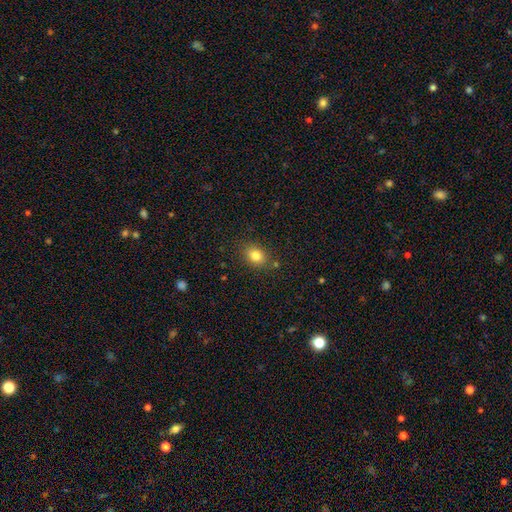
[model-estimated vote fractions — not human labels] smooth 81%, star or artifact 11%, featured or disk 8%. Down the decision tree: how rounded — in between (59%); merging — none (83%).